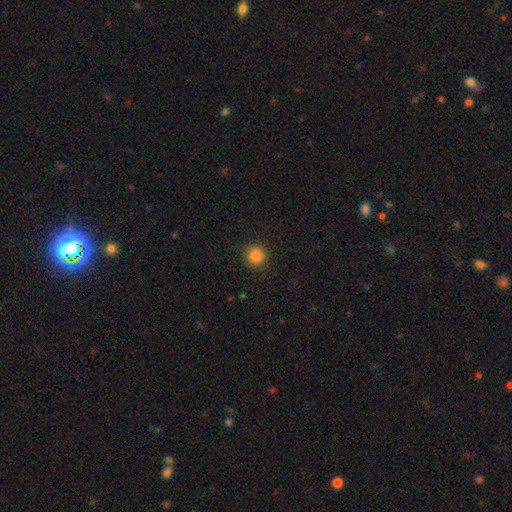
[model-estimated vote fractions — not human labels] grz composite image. It shows a smooth galaxy with no disk features (86%) that is round (93%). Merging: none (90%).